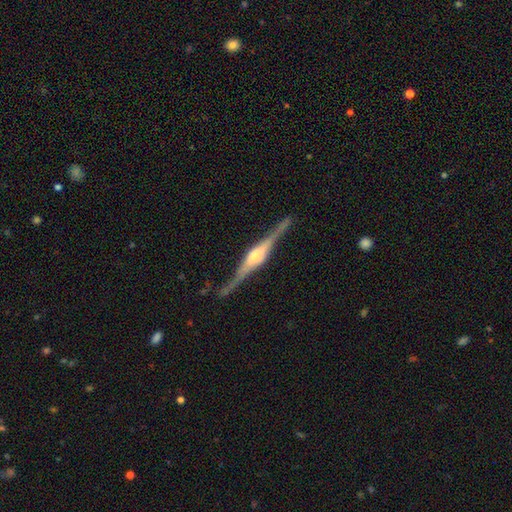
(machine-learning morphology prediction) smooth-or-featured: featured or disk: 87% | smooth: 8% | star or artifact: 5%
  disk-edge-on: yes: 98% | no: 2%
    edge-on-bulge: rounded: 74% | boxy: 22% | none: 4%
  merging: none: 84% | minor disturbance: 12% | major disturbance: 3% | merger: 2%